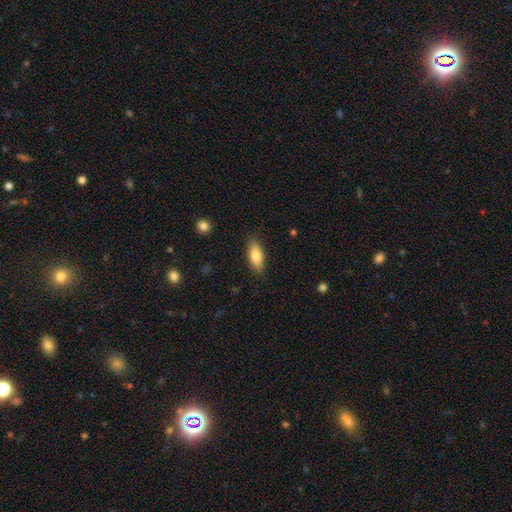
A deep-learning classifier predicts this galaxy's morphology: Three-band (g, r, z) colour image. It shows a smooth galaxy with no disk features (82%) that is in between round and cigar-shaped (78%). Merging: none (84%).